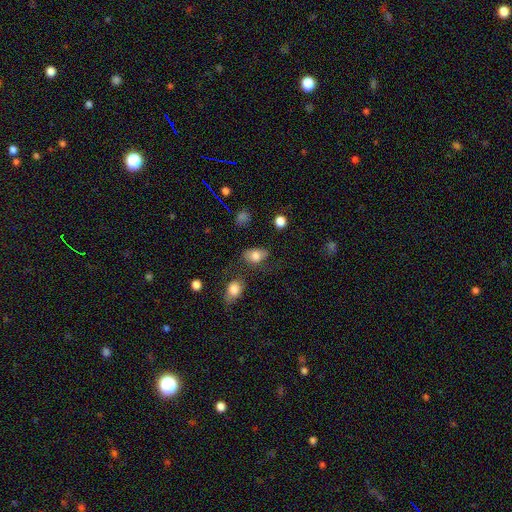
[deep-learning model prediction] smooth_or_featured: smooth (p=0.80) [alt: featured or disk p=0.11]
how_rounded: in between (p=0.81) [alt: round p=0.17]
merging: none (p=0.56) [alt: minor disturbance p=0.26]